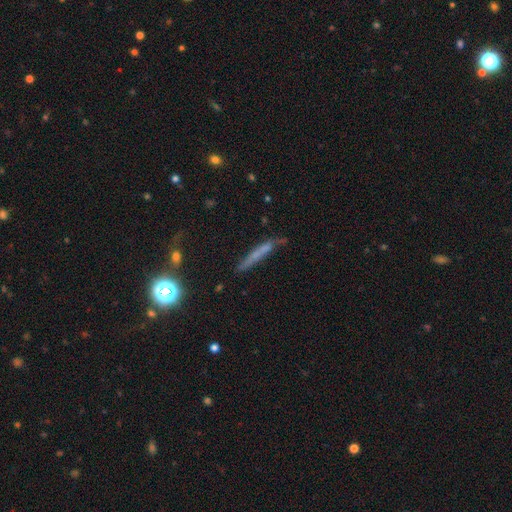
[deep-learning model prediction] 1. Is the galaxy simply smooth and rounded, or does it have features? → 50% smooth, 37% featured or disk, 13% star or artifact.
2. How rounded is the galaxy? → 92% cigar-shaped, 5% in between, 3% round.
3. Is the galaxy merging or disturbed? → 67% none, 22% minor disturbance, 7% major disturbance, 4% merger.